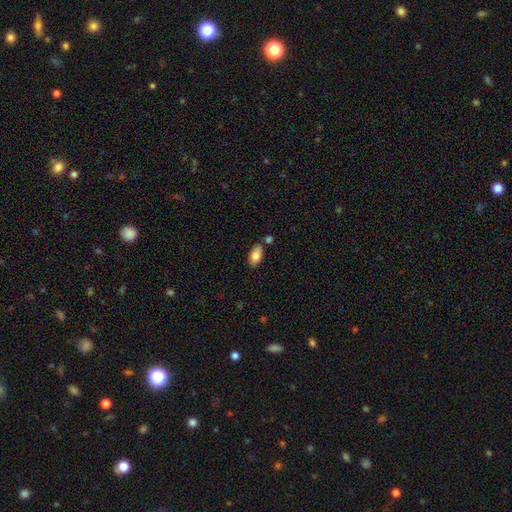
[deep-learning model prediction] This is clearly a smooth galaxy (82%). How rounded: clearly in between (94%). Merging: likely none (75%).